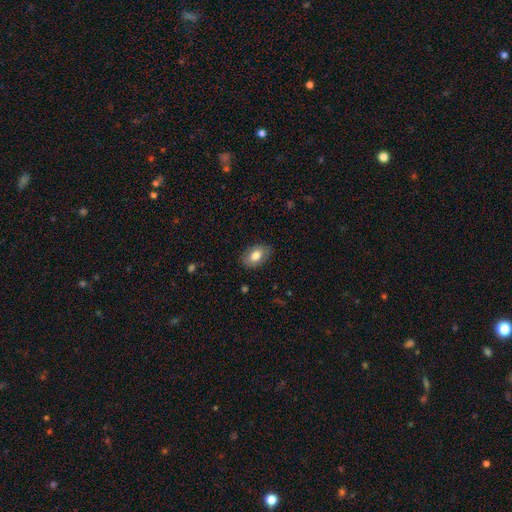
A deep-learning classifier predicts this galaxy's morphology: Q: Smooth or featured?
A: smooth (77%); runner-up: featured or disk (16%)
Q: How rounded?
A: in between (89%); runner-up: round (10%)
Q: Merging?
A: none (84%); runner-up: minor disturbance (12%)